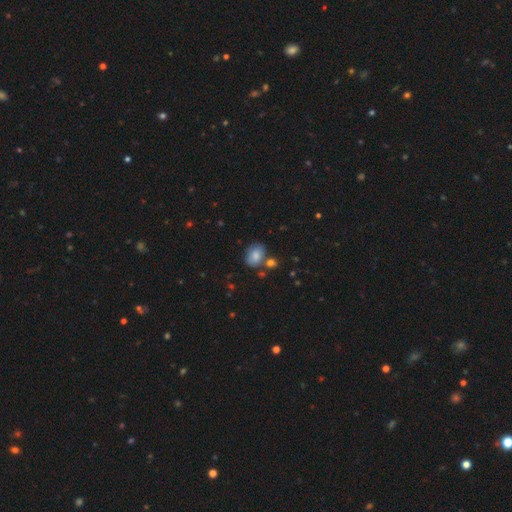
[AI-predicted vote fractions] Smooth or featured?
  - smooth: 82% *
  - featured or disk: 9%
  - star or artifact: 9%
How rounded?
  - in between: 76% *
  - round: 22%
  - cigar-shaped: 1%
Merging?
  - none: 68% *
  - minor disturbance: 16%
  - merger: 12%
  - major disturbance: 4%